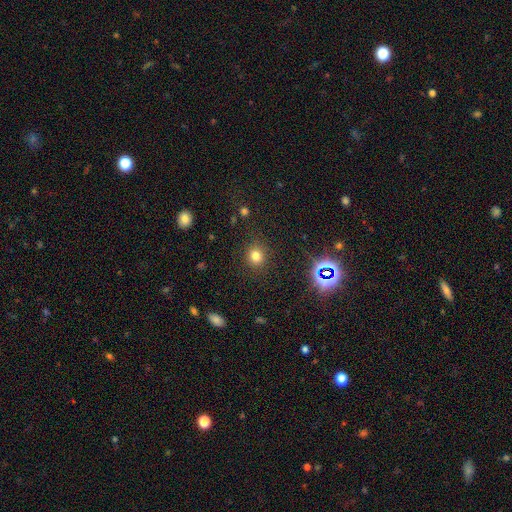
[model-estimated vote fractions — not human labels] This is likely a smooth galaxy (75%). How rounded: clearly round (82%). Merging: clearly none (87%).